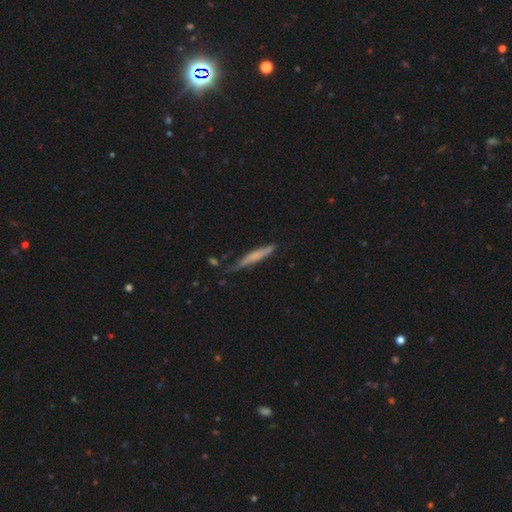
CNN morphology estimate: The model was most divided on "smooth or featured": smooth: 55%, featured or disk: 38%, star or artifact: 7%. More confident: how rounded — cigar-shaped (93%); merging — none (62%).